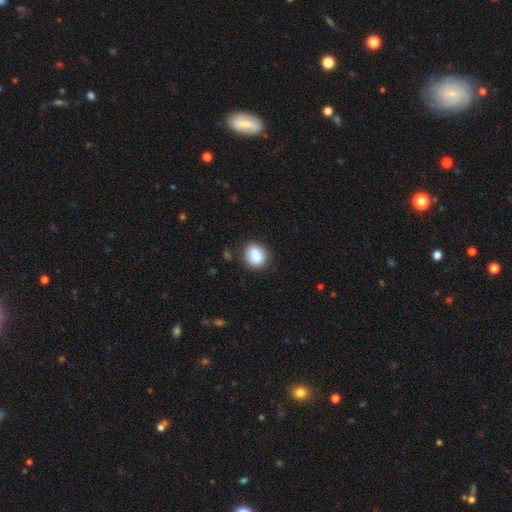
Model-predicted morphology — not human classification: A smooth galaxy with no disk features (86%) that is round (70%). Merging: none (85%).